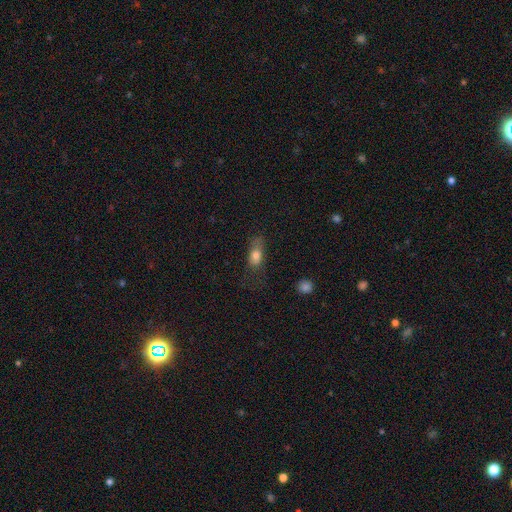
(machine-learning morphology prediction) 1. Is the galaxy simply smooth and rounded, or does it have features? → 77% smooth, 14% featured or disk, 10% star or artifact.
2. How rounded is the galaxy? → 78% in between, 13% cigar-shaped, 9% round.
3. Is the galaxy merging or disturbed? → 43% none, 30% minor disturbance, 24% major disturbance, 3% merger.